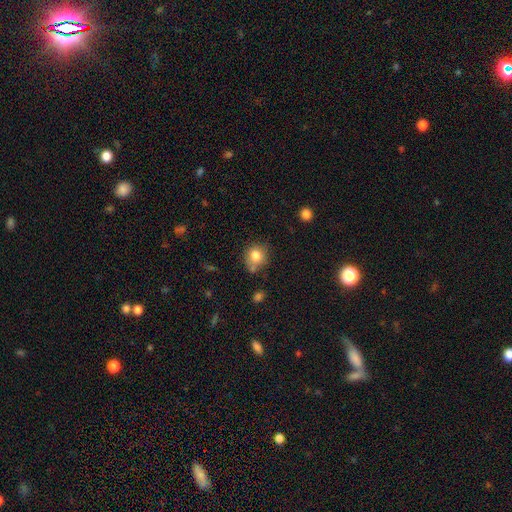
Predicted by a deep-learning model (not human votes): smooth_or_featured: smooth (p=0.80) [alt: star or artifact p=0.11]
how_rounded: round (p=0.81) [alt: in between p=0.18]
merging: none (p=0.68) [alt: minor disturbance p=0.18]